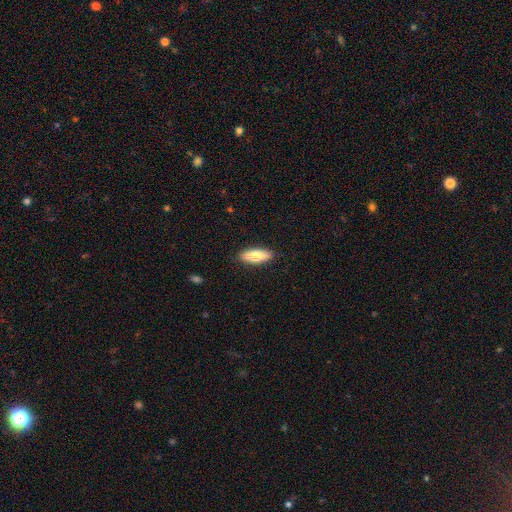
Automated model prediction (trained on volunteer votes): smooth_or_featured: smooth (p=0.72) [alt: featured or disk p=0.22]
how_rounded: in between (p=0.68) [alt: cigar-shaped p=0.30]
merging: none (p=0.88) [alt: minor disturbance p=0.09]